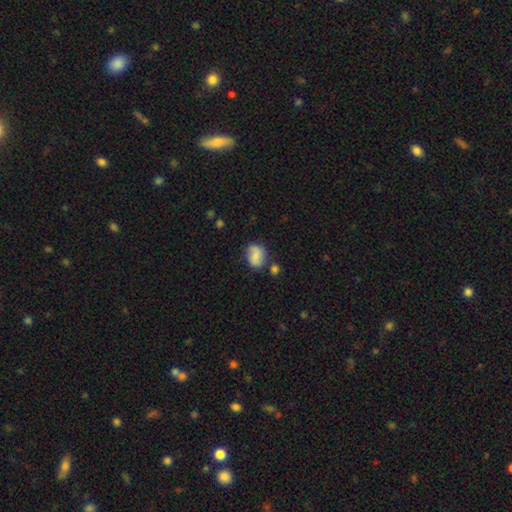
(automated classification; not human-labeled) Smooth or featured? Predicted: smooth (p=0.60). How rounded? Predicted: in between (p=0.52). Merging? Predicted: none (p=0.62).